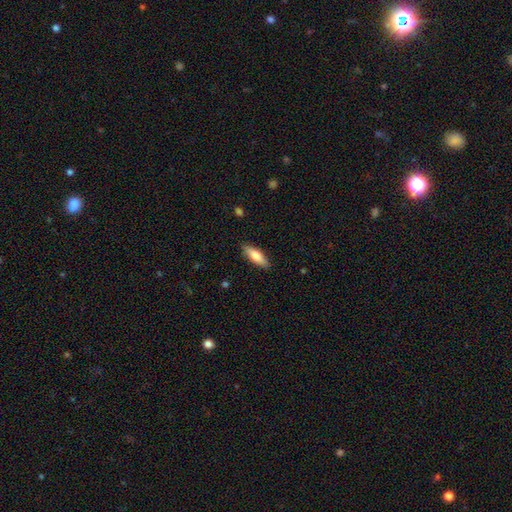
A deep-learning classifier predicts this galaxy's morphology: Smooth or featured?
  - smooth: 70% *
  - featured or disk: 24%
  - star or artifact: 6%
How rounded?
  - in between: 51% *
  - cigar-shaped: 47%
  - round: 2%
Merging?
  - none: 88% *
  - minor disturbance: 9%
  - major disturbance: 2%
  - merger: 1%